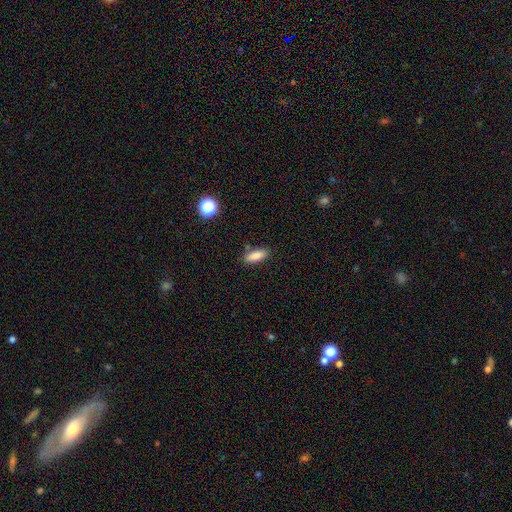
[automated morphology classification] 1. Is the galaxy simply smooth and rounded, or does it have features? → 84% smooth, 8% star or artifact, 8% featured or disk.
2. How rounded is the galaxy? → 68% in between, 30% cigar-shaped, 3% round.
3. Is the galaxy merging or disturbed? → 83% none, 11% minor disturbance, 3% merger, 3% major disturbance.